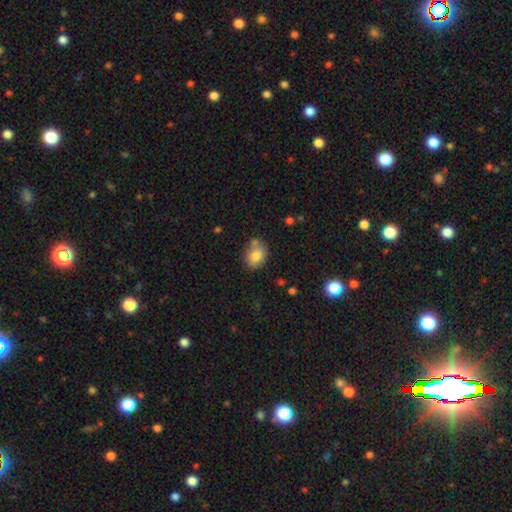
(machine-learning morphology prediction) smooth 80%, featured or disk 11%, star or artifact 9%. Down the decision tree: how rounded — in between (60%); merging — none (64%).